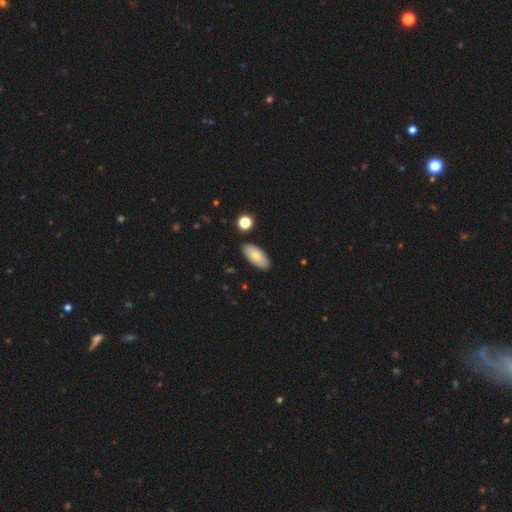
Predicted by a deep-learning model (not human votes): Smooth or featured? Predicted: smooth (p=0.77). How rounded? Predicted: in between (p=0.90). Merging? Predicted: none (p=0.87).